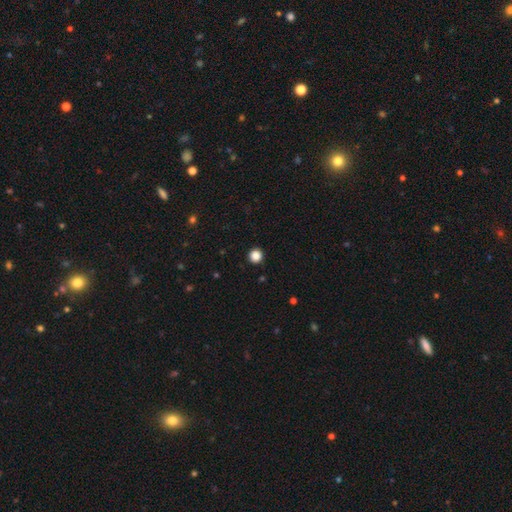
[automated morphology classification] type=smooth (86%); roundness=round (95%); merging=none (93%).